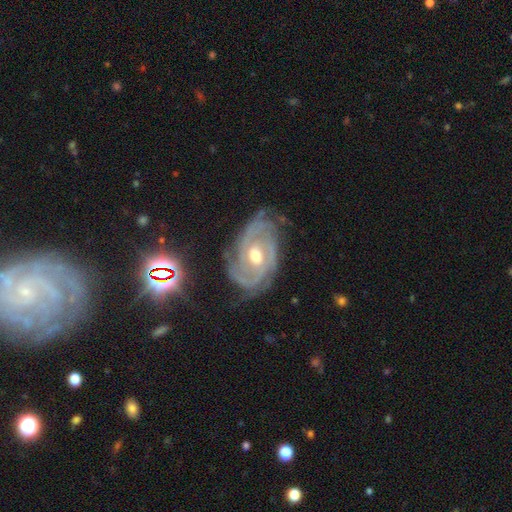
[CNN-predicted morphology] smooth_or_featured: featured or disk (p=0.89) [alt: star or artifact p=0.06]
disk_edge_on: no (p=0.96) [alt: yes p=0.04]
bar: no (p=0.50) [alt: weak p=0.38]
has_spiral_arms: yes (p=0.97) [alt: no p=0.03]
spiral_winding: tight (p=0.69) [alt: medium p=0.26]
spiral_arm_count: 3 (p=0.30) [alt: can't tell p=0.24]
bulge_size: moderate (p=0.73) [alt: small p=0.22]
merging: none (p=0.69) [alt: minor disturbance p=0.22]